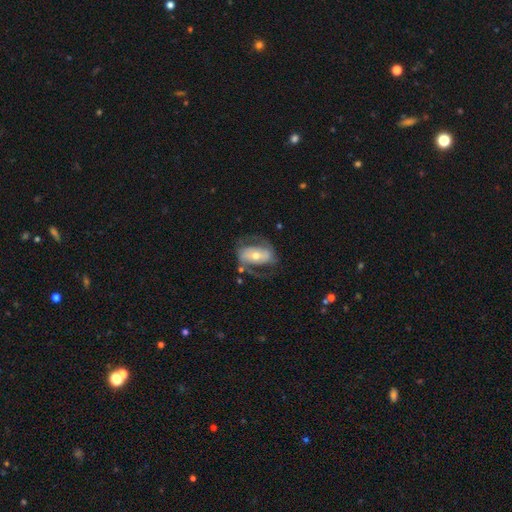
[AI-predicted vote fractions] The model was most divided on "bar": strong: 38%, no: 35%, weak: 27%. More confident: edge-on disk — no (94%); spiral arms — yes (76%); smooth or featured — featured or disk (70%); merging — none (61%); bulge size — moderate (52%).